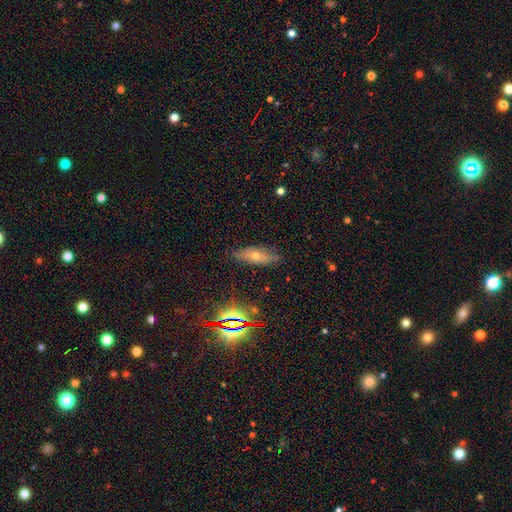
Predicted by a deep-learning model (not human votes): This appears to be a smooth galaxy with no disk features (47%). Merging: none (82%).